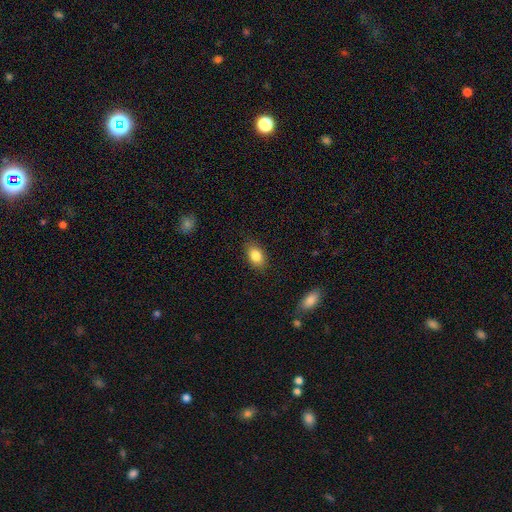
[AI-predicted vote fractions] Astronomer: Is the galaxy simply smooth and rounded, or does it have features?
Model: smooth — 84%.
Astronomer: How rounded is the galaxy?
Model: in between — 84%.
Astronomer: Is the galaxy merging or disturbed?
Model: none — 85%.